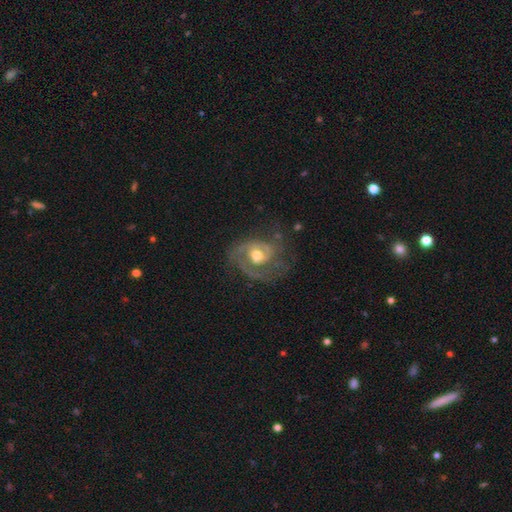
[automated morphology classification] A featured or disk galaxy (84%) with no bar (57%), 2 (56%) medium (45%) spiral arms (93%) and a moderate central bulge (71%).

Vote fractions:
- Smooth or featured? featured or disk: 84% / smooth: 10% / star or artifact: 6%
- Edge-on disk? no: 97% / yes: 3%
- Bar? no: 57% / weak: 34% / strong: 9%
- Spiral arms? yes: 93% / no: 7%
- Spiral winding? medium: 45% / tight: 39% / loose: 16%
- Spiral arm count? 2: 56% / 1: 14% / can't tell: 14% / 3: 11% / 4: 3% / more than 4: 3%
- Bulge size? moderate: 71% / large: 13% / small: 13% / none: 1% / dominant: 1%
- Merging? none: 56% / minor disturbance: 21% / major disturbance: 21% / merger: 2%